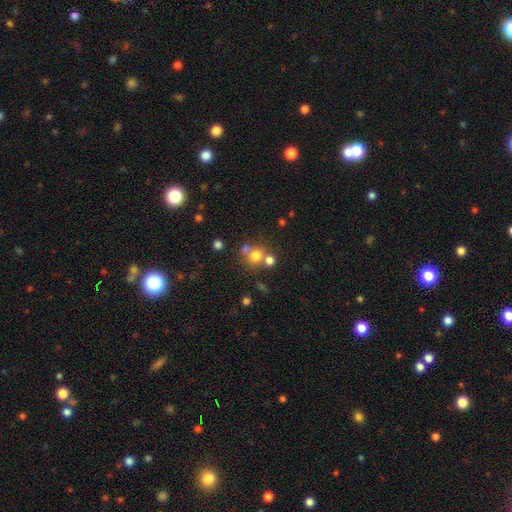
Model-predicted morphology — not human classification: Smooth or featured: smooth — 70% (star or artifact — 17%)
How rounded: round — 85% (in between — 14%)
Merging: none — 53% (merger — 35%)